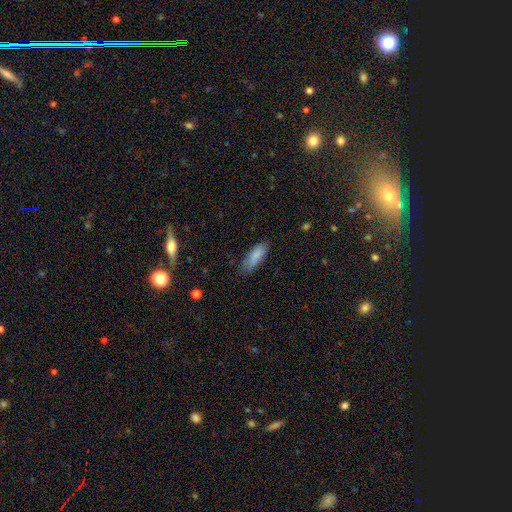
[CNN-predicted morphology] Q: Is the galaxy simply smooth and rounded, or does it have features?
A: smooth — 85%.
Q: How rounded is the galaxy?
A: in between — 70%.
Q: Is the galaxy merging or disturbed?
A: none — 72%.